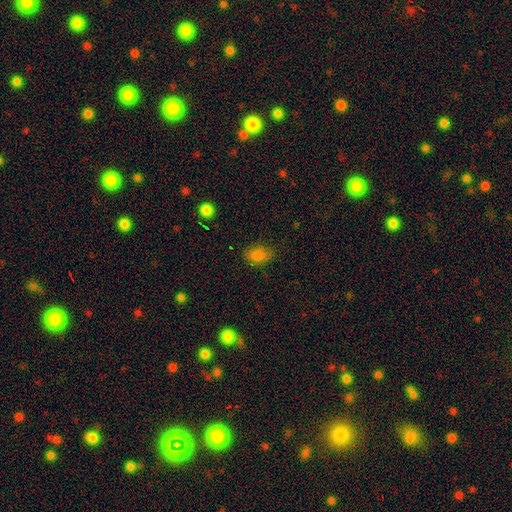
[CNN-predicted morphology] Smooth or featured? smooth (84%)
How rounded? in between (79%)
Merging? none (78%)